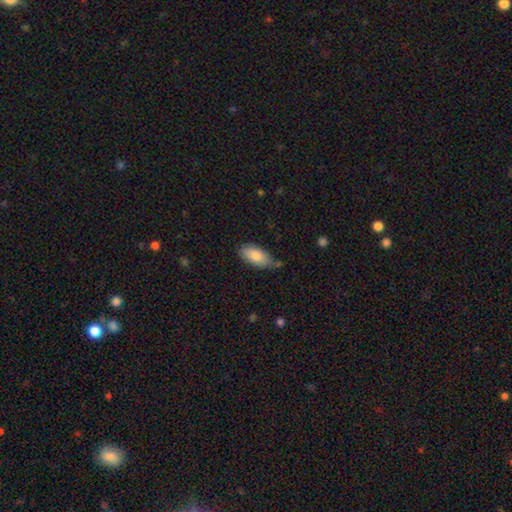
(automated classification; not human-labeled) Morphology: type=smooth (83%); roundness=in between (88%); merging=none (62%).